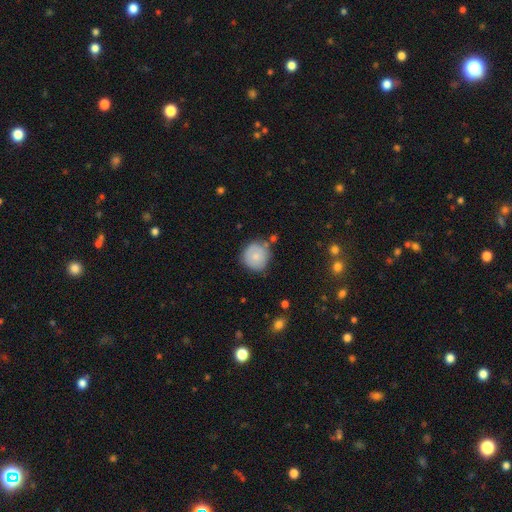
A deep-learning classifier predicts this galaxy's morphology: A smooth galaxy with no disk features (76%) that is round (91%). Merging: none (73%).